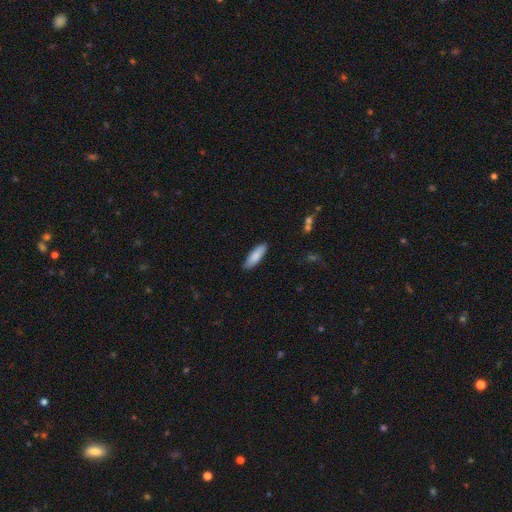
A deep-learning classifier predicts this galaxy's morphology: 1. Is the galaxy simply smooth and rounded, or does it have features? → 85% smooth, 9% featured or disk, 6% star or artifact.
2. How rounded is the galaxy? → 49% in between (tied), 49% cigar-shaped (tied), 1% round.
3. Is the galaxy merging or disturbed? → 88% none, 9% minor disturbance, 2% major disturbance, 1% merger.